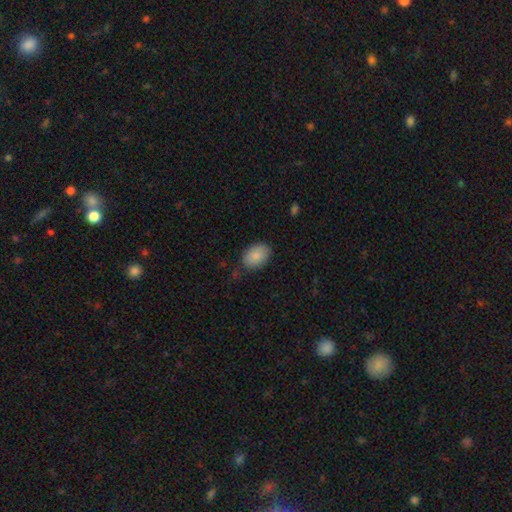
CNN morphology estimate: Overall: smooth (87%). How rounded: in between (84%). Merging: none (80%).